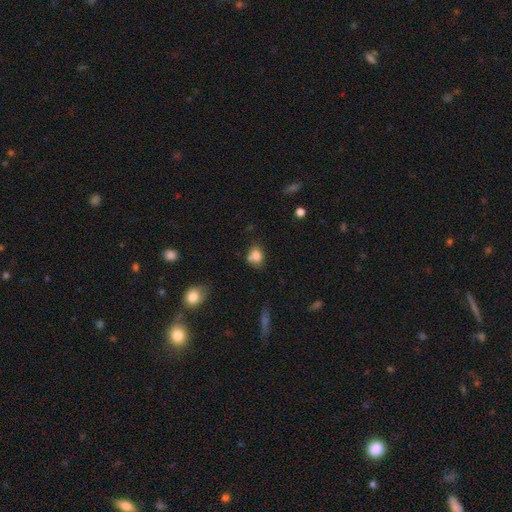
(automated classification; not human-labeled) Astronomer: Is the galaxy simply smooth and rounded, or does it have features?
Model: smooth — 79%.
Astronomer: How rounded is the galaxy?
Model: in between — 51% (runner-up: round, 47%).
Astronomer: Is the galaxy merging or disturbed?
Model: none — 49%.